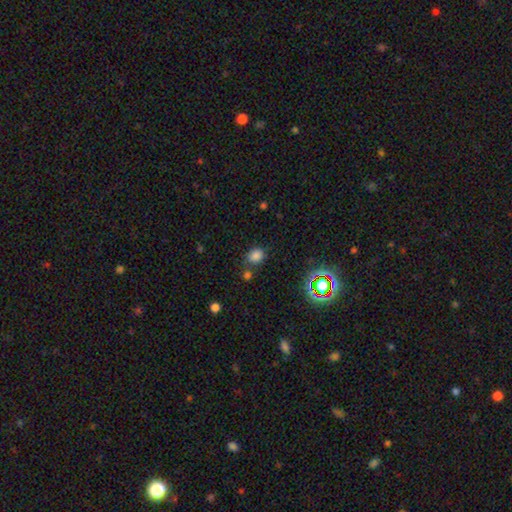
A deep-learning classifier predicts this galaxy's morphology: This appears to be a smooth galaxy with no disk features (77%) that is round (55%). Merging: none (71%).